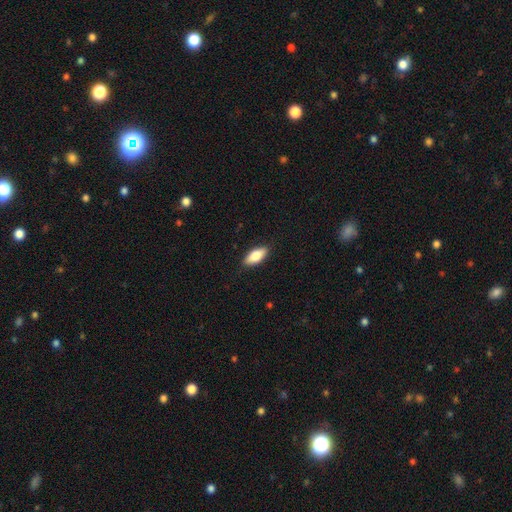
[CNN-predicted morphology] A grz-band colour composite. It shows a smooth galaxy with no disk features (76%) that is in between round and cigar-shaped (82%). Merging: none (88%).